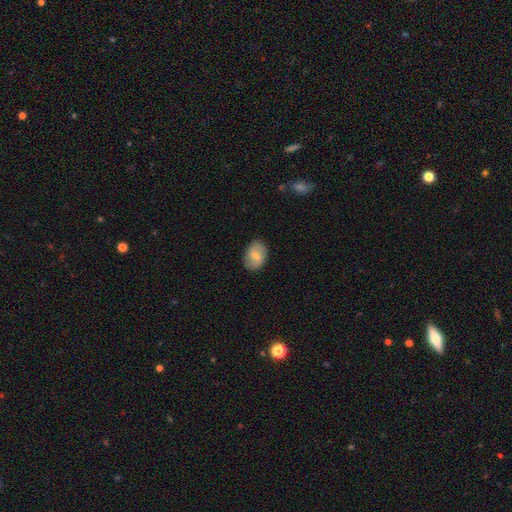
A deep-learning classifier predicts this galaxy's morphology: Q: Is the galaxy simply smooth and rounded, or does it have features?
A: smooth — 66%.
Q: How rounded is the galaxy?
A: in between — 75%.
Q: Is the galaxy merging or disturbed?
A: none — 85%.